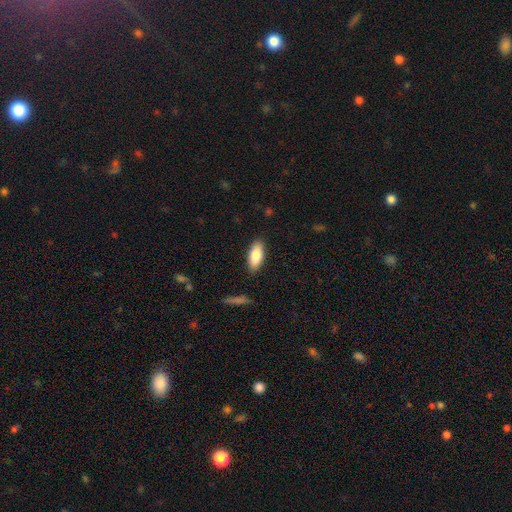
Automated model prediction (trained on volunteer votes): Smooth or featured? Predicted: smooth (p=0.82). How rounded? Predicted: in between (p=0.79). Merging? Predicted: none (p=0.88).